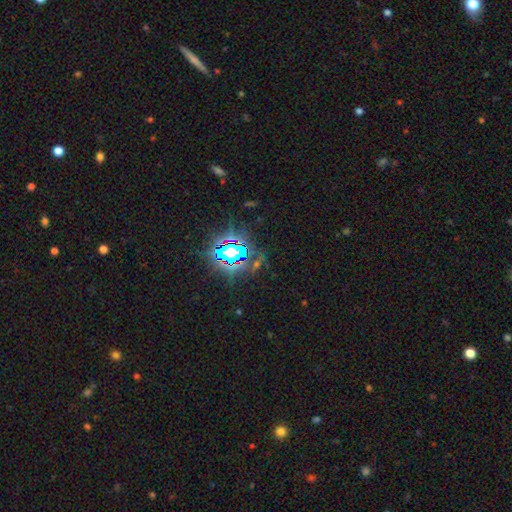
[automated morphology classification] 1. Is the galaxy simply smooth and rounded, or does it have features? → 81% star or artifact, 10% smooth, 8% featured or disk.